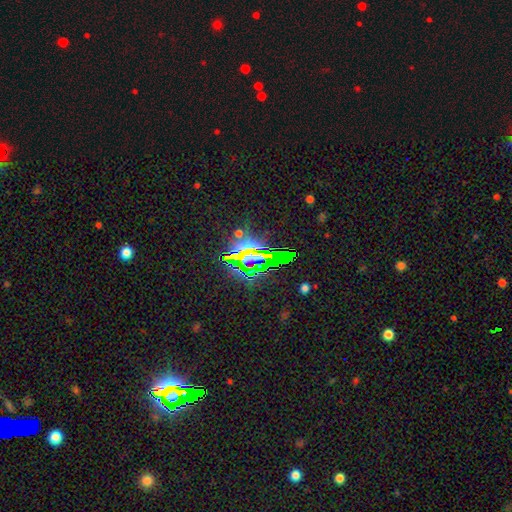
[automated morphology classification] The model was most divided on "smooth or featured": star or artifact: 79%, smooth: 11%, featured or disk: 10%.